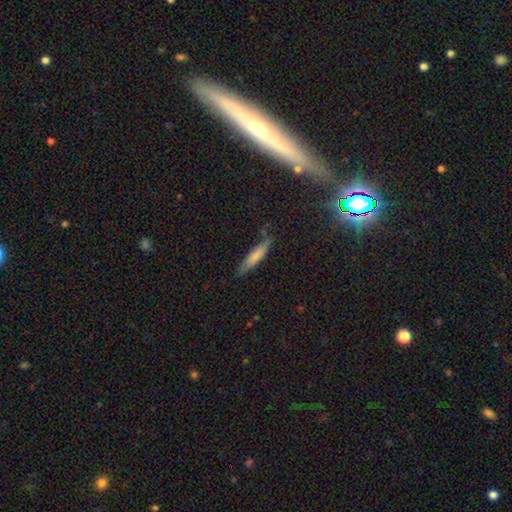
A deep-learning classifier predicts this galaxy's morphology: Q: Smooth or featured?
A: smooth (70%); runner-up: featured or disk (22%)
Q: How rounded?
A: cigar-shaped (84%); runner-up: in between (14%)
Q: Merging?
A: none (78%); runner-up: minor disturbance (16%)